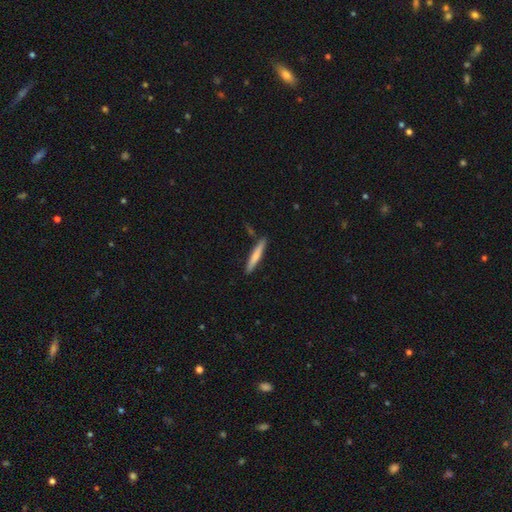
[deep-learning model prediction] Morphology: type=smooth (70%); roundness=cigar-shaped (94%); merging=none (86%).